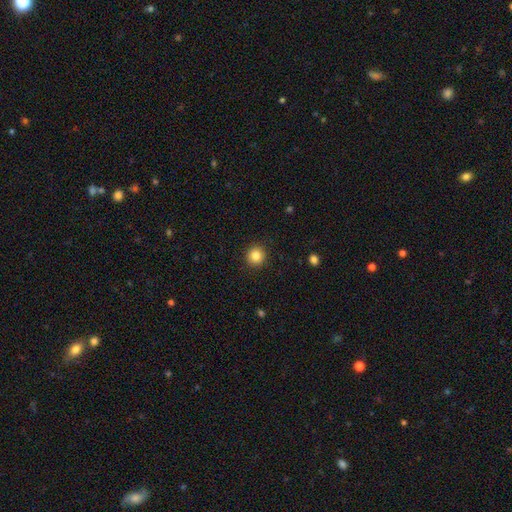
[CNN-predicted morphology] Smooth or featured? smooth (84%)
How rounded? round (93%)
Merging? none (92%)